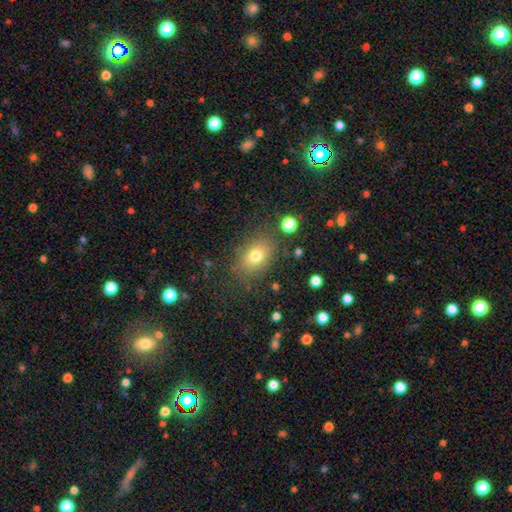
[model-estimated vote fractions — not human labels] Q: Smooth or featured?
A: smooth (75%); runner-up: featured or disk (13%)
Q: How rounded?
A: in between (70%); runner-up: round (28%)
Q: Merging?
A: none (78%); runner-up: minor disturbance (13%)